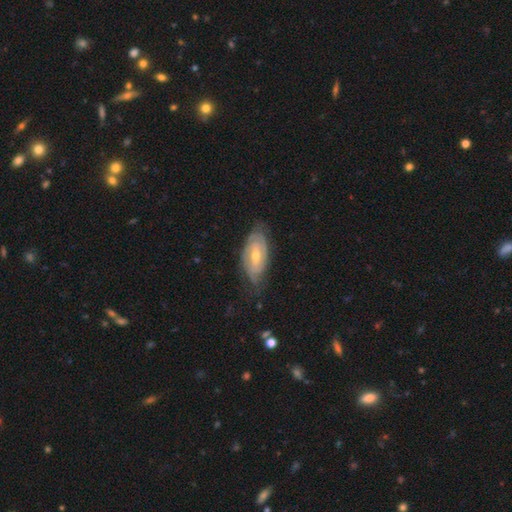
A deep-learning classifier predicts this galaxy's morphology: Smooth or featured? featured or disk (76%)
Edge-on disk? no (92%)
Bar? weak (47%)
Spiral arms? yes (88%)
Spiral winding? tight (63%)
Spiral arm count? 2 (48%)
Bulge size? moderate (54%)
Merging? none (68%)